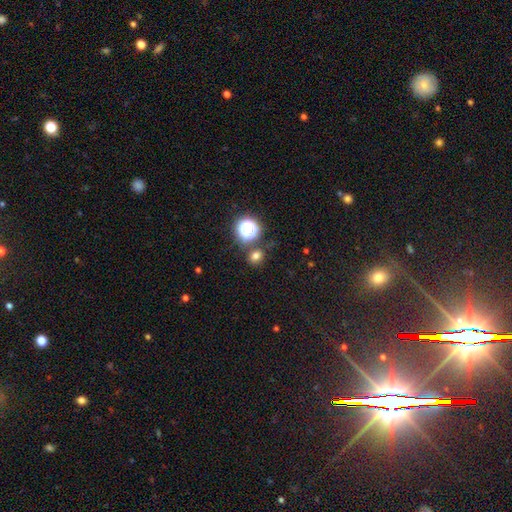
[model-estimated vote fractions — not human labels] Q: Smooth or featured?
A: smooth (72%); runner-up: star or artifact (22%)
Q: How rounded?
A: round (71%); runner-up: in between (27%)
Q: Merging?
A: none (77%); runner-up: minor disturbance (10%)